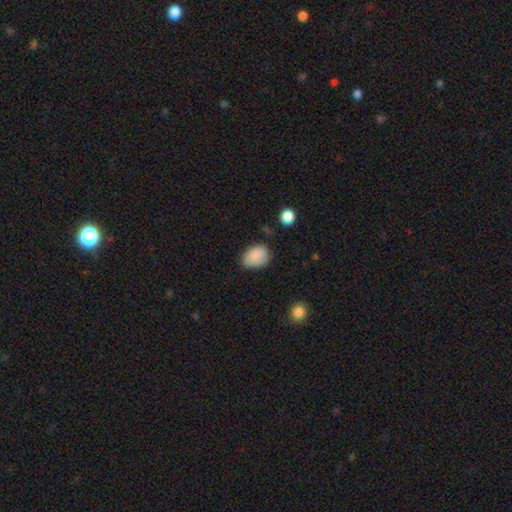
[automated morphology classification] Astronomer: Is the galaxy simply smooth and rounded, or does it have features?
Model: smooth — 86%.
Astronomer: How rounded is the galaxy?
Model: in between — 79%.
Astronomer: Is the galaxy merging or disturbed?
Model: none — 63%.